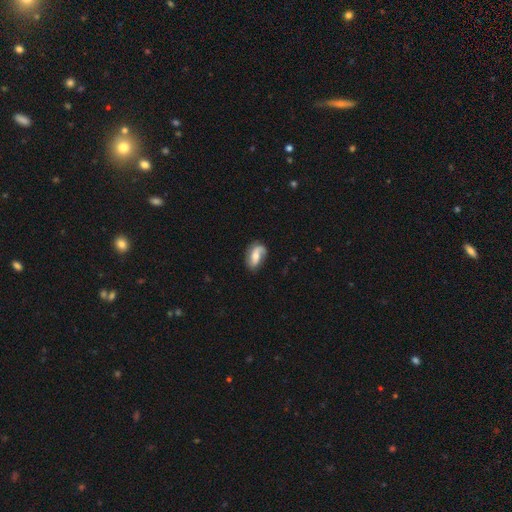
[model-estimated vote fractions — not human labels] This is likely a featured or disk galaxy (67%). It is clearly not viewed edge-on (95%). Bar: marginally no (45%). Spiral arm pattern: clearly yes (91%). Spiral arm count: likely 2 (72%). Spiral winding: possibly loose (53%). Central bulge: possibly moderate (60%). Merging: likely none (68%).